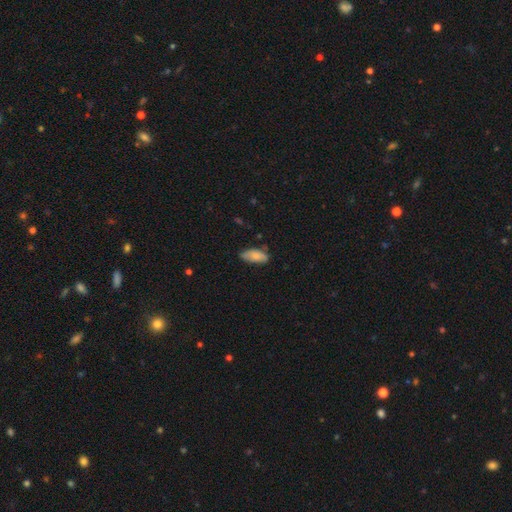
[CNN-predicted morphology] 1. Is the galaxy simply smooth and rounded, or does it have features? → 80% smooth, 14% featured or disk, 6% star or artifact.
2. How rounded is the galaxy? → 88% in between, 10% cigar-shaped, 2% round.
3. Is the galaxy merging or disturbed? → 67% none, 26% minor disturbance, 4% major disturbance, 2% merger.